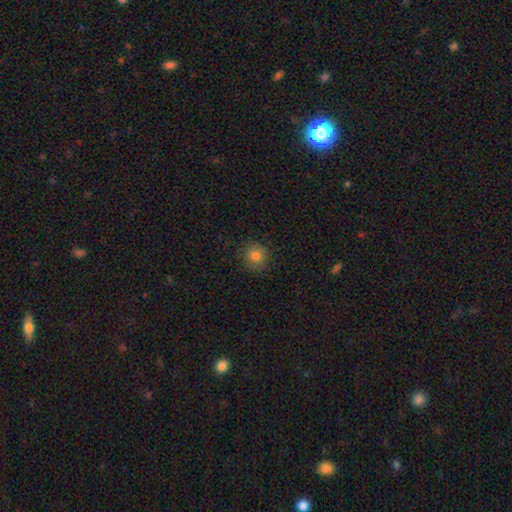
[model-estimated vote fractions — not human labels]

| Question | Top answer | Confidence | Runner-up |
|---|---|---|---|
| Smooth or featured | smooth | 81% | star or artifact (11%) |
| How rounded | round | 91% | in between (8%) |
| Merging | none | 85% | minor disturbance (11%) |